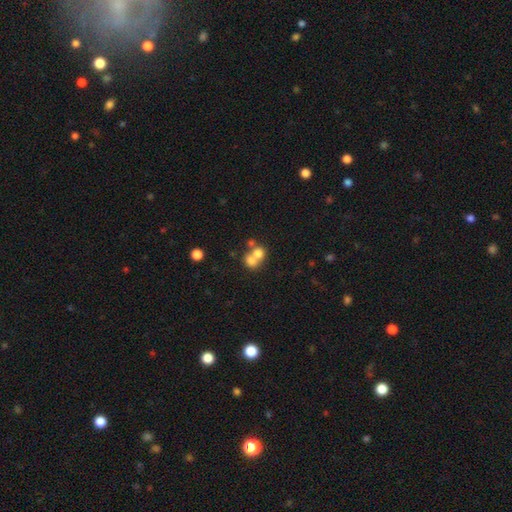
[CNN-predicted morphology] A smooth galaxy with no disk features (69%) that is round (71%).

Vote fractions:
- Smooth or featured? smooth: 69% / featured or disk: 19% / star or artifact: 12%
- How rounded? round: 71% / in between: 28% / cigar-shaped: 1%
- Merging? merger: 63% / none: 28% / minor disturbance: 5% / major disturbance: 4%